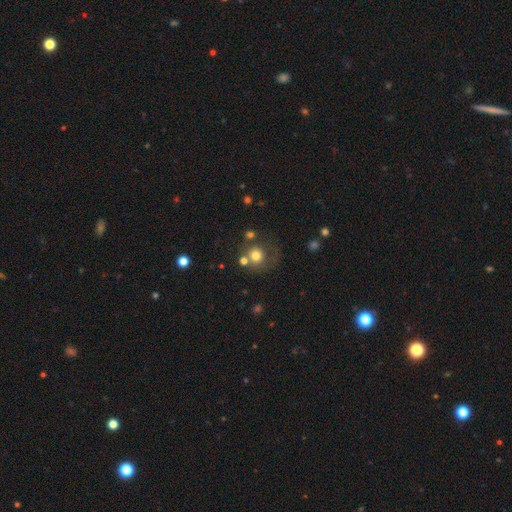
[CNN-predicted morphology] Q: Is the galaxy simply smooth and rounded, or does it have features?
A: smooth — 73%.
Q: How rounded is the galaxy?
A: round — 89%.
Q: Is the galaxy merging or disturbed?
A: none — 60%.